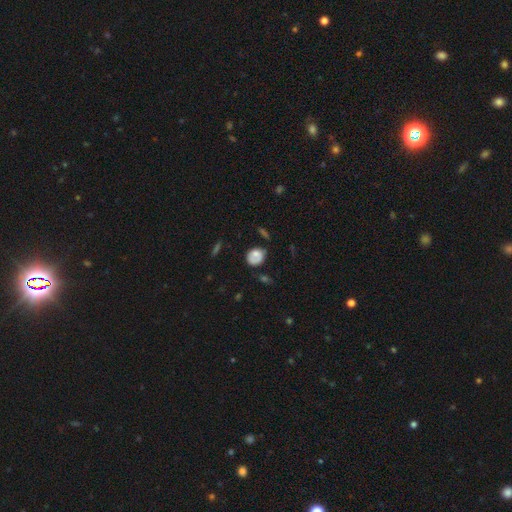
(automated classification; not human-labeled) Smooth or featured?
  - smooth: 67% *
  - featured or disk: 24%
  - star or artifact: 9%
How rounded?
  - round: 61% *
  - in between: 38%
  - cigar-shaped: 1%
Merging?
  - none: 52% *
  - minor disturbance: 29%
  - major disturbance: 12%
  - merger: 7%